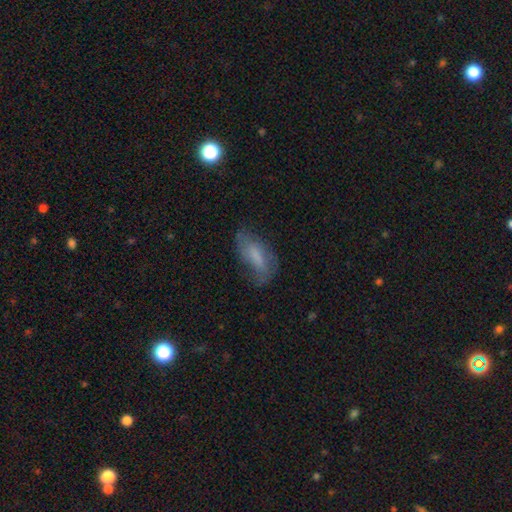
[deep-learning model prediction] Overall: smooth (55%; featured or disk 36%). How rounded: in between (77%). Merging: none (54%; minor disturbance 28%).